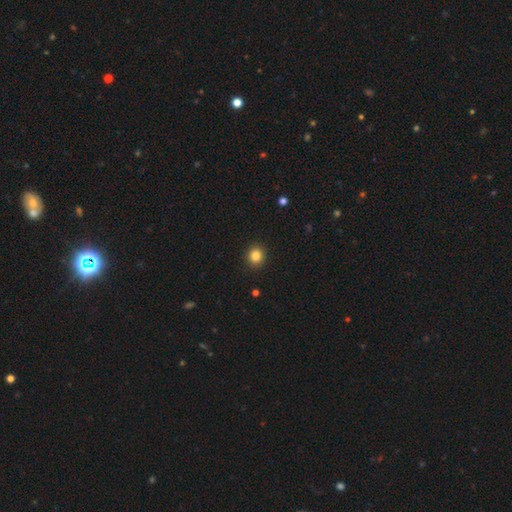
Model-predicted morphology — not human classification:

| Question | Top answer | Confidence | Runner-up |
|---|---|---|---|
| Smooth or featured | smooth | 85% | star or artifact (11%) |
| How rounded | round | 87% | in between (12%) |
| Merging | none | 92% | minor disturbance (5%) |